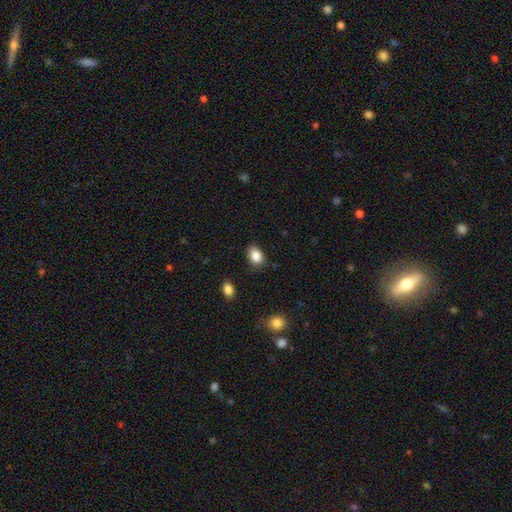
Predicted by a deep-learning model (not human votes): Overall: smooth (86%). How rounded: in between (77%). Merging: none (79%).